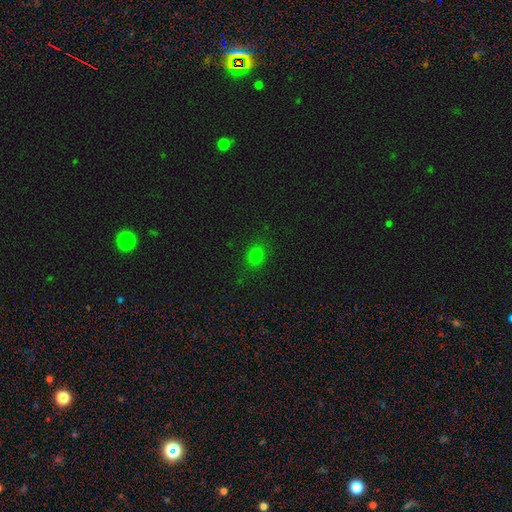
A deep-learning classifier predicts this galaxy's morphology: type=smooth (77%); roundness=round (53%); merging=none (86%).